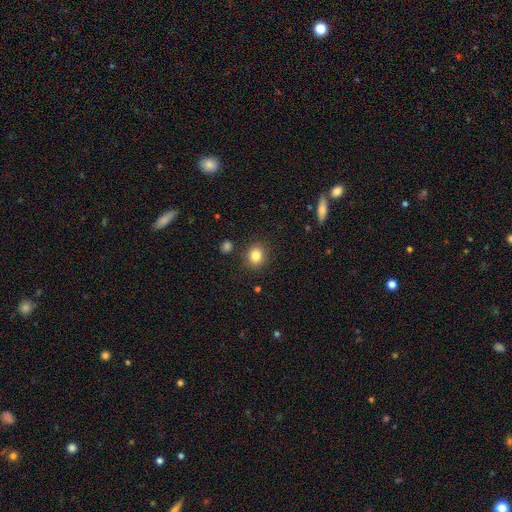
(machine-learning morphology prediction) type=smooth (83%); roundness=round (75%); merging=none (87%).